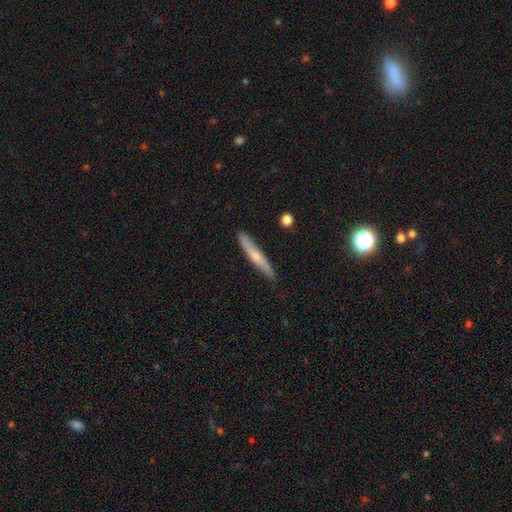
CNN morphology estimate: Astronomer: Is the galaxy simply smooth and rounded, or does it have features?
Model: smooth — 56% (runner-up: featured or disk, 38%).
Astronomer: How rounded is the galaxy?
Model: cigar-shaped — 93%.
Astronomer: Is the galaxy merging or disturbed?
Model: none — 82%.